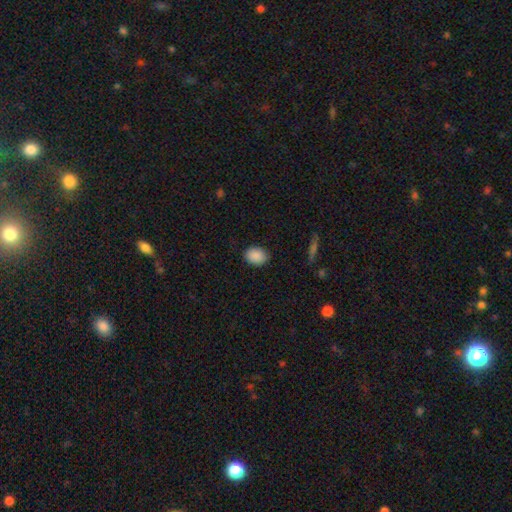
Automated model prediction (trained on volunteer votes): This is clearly a smooth galaxy (89%). How rounded: likely in between (61%). Merging: clearly none (87%).